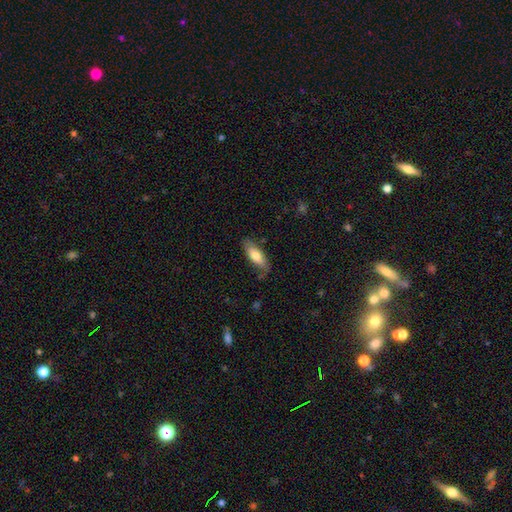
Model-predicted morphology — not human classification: Overall: smooth (70%). How rounded: in between (63%; cigar-shaped 35%). Merging: none (75%).